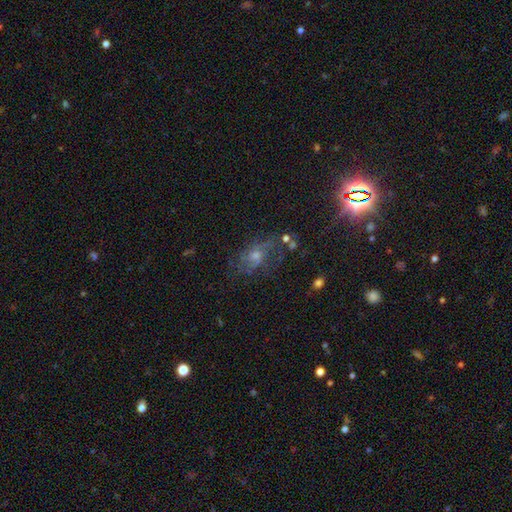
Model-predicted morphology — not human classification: smooth_or_featured: featured or disk (p=0.44) [alt: star or artifact p=0.33]
merging: none (p=0.55) [alt: minor disturbance p=0.21]